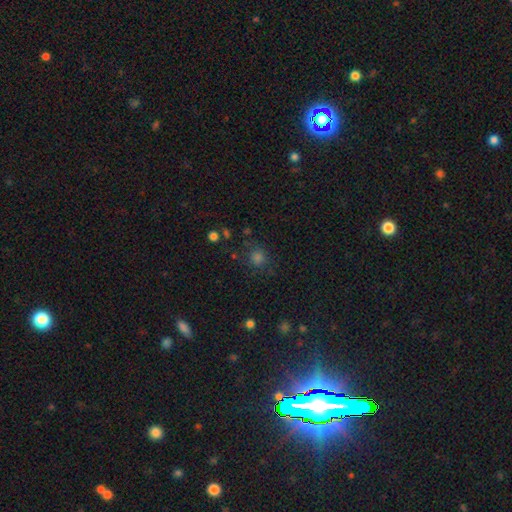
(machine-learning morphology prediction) smooth_or_featured: smooth (p=0.54) [alt: star or artifact p=0.38]
how_rounded: round (p=0.88) [alt: in between p=0.11]
merging: none (p=0.81) [alt: minor disturbance p=0.11]